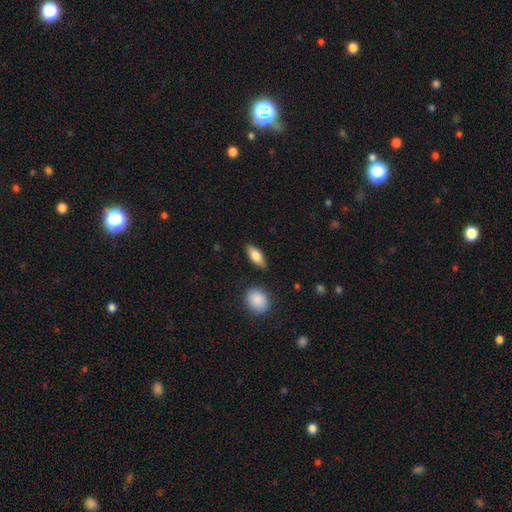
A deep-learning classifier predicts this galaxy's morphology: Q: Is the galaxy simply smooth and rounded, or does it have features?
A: smooth — 75%.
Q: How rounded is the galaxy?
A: in between — 81%.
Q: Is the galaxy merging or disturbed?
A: none — 85%.